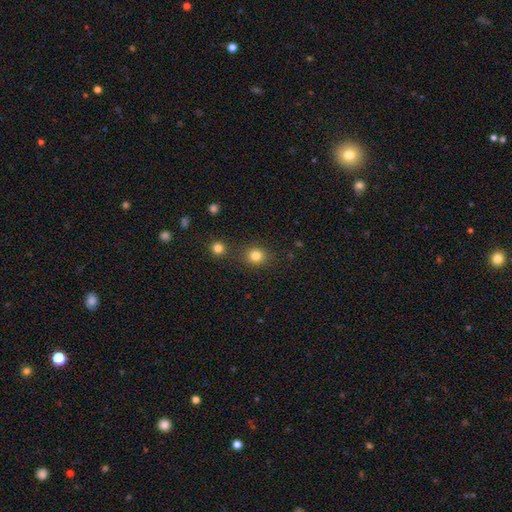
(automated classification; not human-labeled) This appears to be a smooth galaxy with no disk features (82%) that is round (79%). Merging: none (80%).